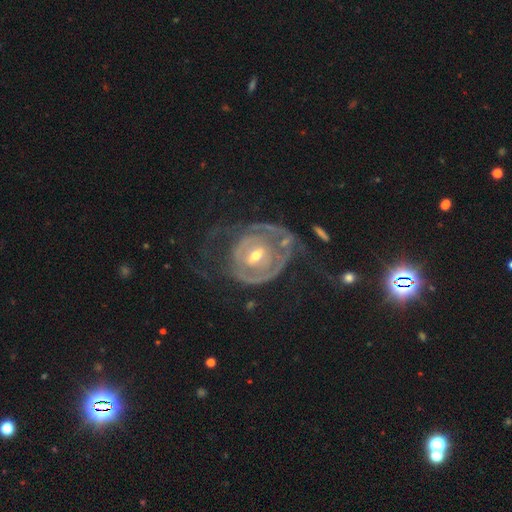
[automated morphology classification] type=featured or disk (83%); edge-on=no (96%); bar=weak (45%); spiral arms=yes (73%); winding=tight (54%); arm count=can't tell (38%); bulge=moderate (55%); merging=major disturbance (43%).